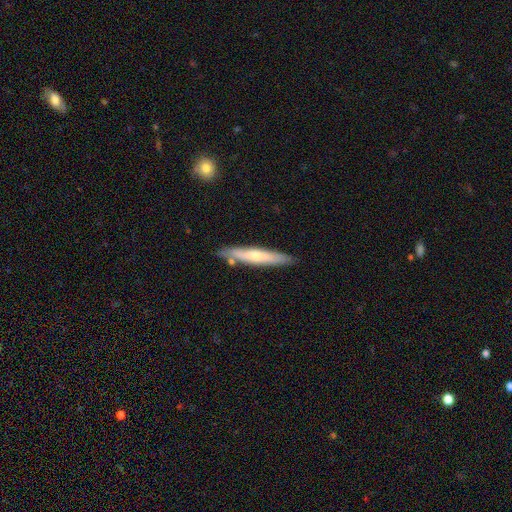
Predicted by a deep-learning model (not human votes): A smooth galaxy with no disk features (53%) that is cigar-shaped (91%).

Vote fractions:
- Smooth or featured? smooth: 53% / featured or disk: 42% / star or artifact: 5%
- How rounded? cigar-shaped: 91% / in between: 7% / round: 1%
- Merging? none: 81% / minor disturbance: 12% / merger: 5% / major disturbance: 2%